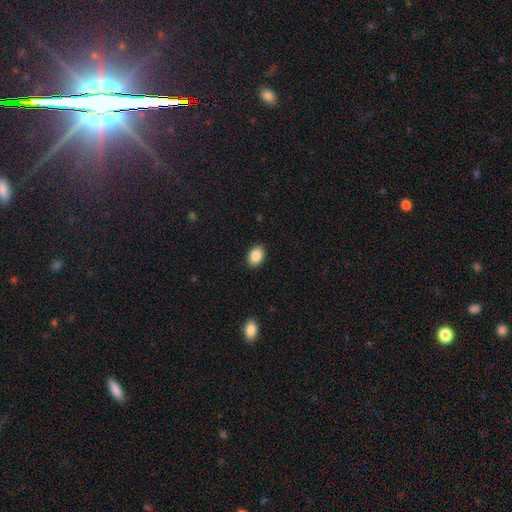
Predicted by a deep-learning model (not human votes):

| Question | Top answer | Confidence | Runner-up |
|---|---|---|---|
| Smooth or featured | smooth | 88% | star or artifact (8%) |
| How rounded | in between | 81% | round (18%) |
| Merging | none | 89% | minor disturbance (8%) |